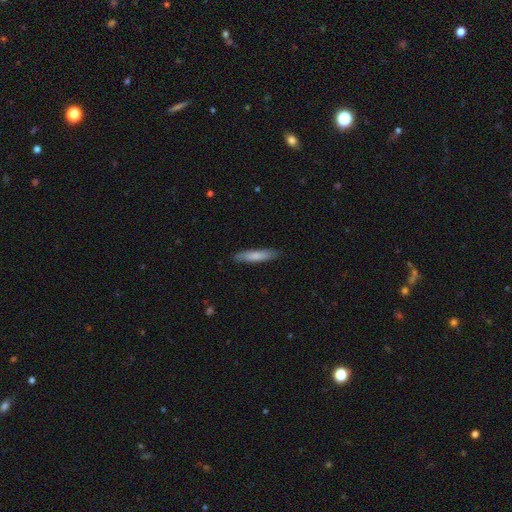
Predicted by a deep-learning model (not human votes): smooth-or-featured: smooth: 78% | featured or disk: 17% | star or artifact: 5%
  how-rounded: cigar-shaped: 87% | in between: 12% | round: 1%
  merging: none: 86% | minor disturbance: 11% | major disturbance: 2% | merger: 1%